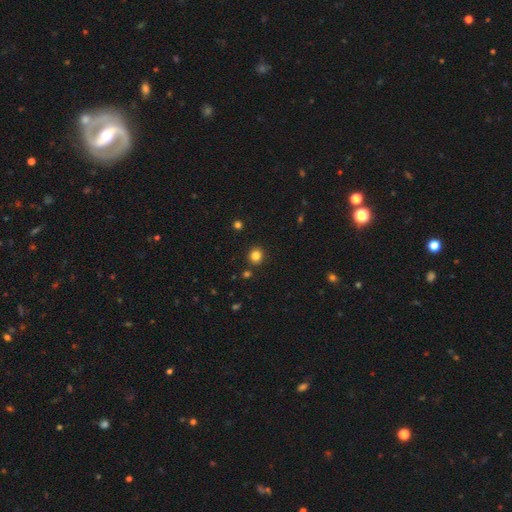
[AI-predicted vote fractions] smooth 83%, star or artifact 13%, featured or disk 5%. Down the decision tree: how rounded — round (84%); merging — none (89%).